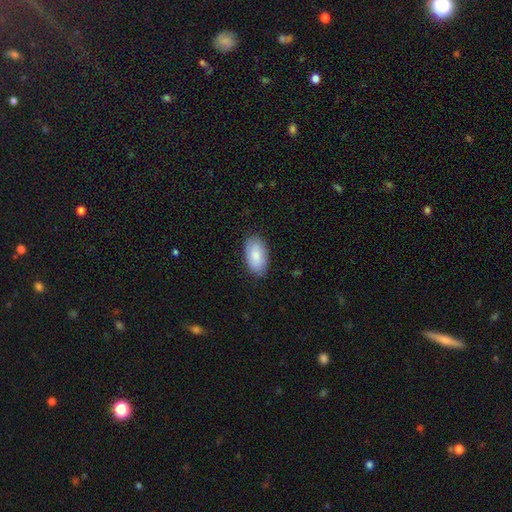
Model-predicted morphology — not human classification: This appears to be a smooth galaxy with no disk features (78%) that is in between round and cigar-shaped (95%). Merging: none (83%).